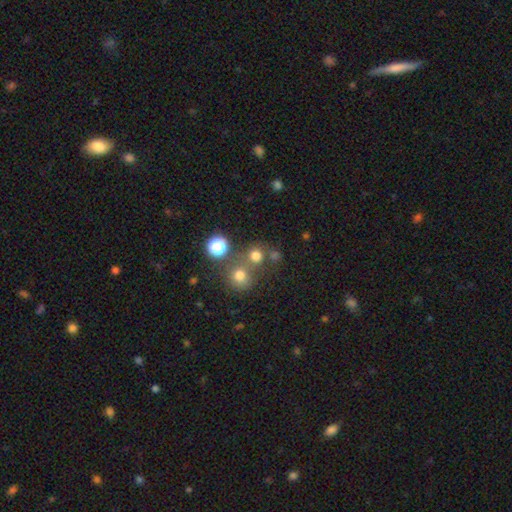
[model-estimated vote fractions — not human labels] This is likely a smooth galaxy (71%). How rounded: clearly round (87%). Merging: likely none (60%).